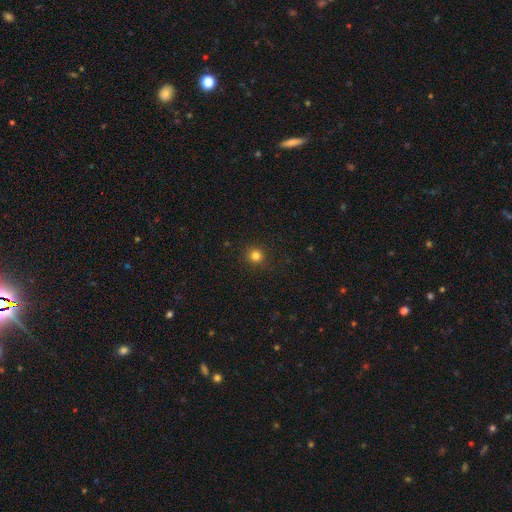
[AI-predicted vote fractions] Smooth or featured?
  - smooth: 81% *
  - star or artifact: 14%
  - featured or disk: 5%
How rounded?
  - round: 94% *
  - in between: 5%
  - cigar-shaped: 1%
Merging?
  - none: 91% *
  - minor disturbance: 6%
  - major disturbance: 2%
  - merger: 1%